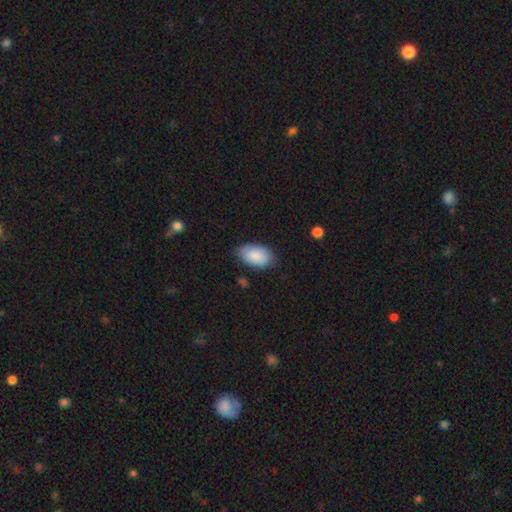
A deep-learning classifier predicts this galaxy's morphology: smooth_or_featured: smooth (p=0.87) [alt: featured or disk p=0.07]
how_rounded: in between (p=0.93) [alt: round p=0.05]
merging: none (p=0.78) [alt: minor disturbance p=0.18]